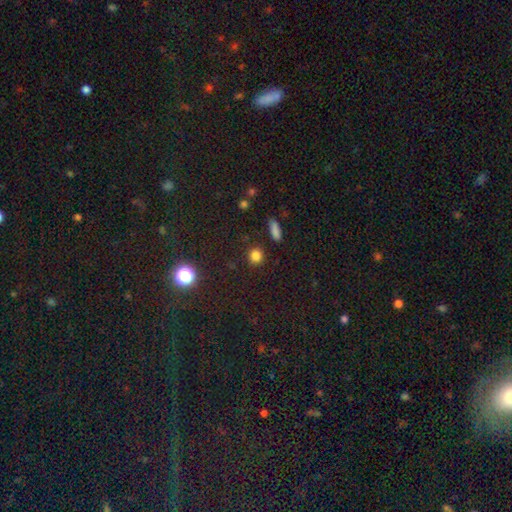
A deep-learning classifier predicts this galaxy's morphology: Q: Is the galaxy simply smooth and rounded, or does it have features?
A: smooth — 81%.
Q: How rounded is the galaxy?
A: round — 88%.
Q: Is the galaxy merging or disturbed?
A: none — 89%.